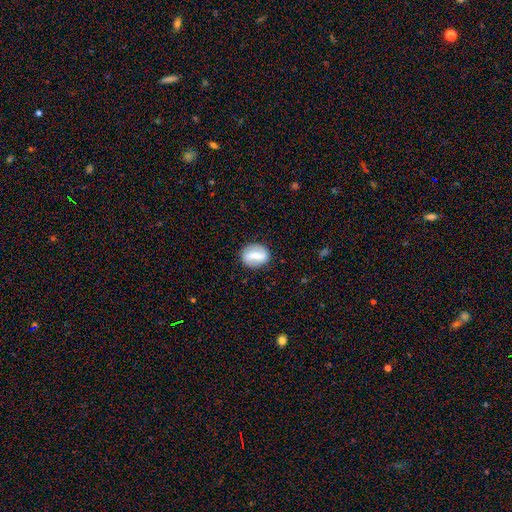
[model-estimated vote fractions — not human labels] Overall: smooth (49%; featured or disk 43%). Merging: none (83%).